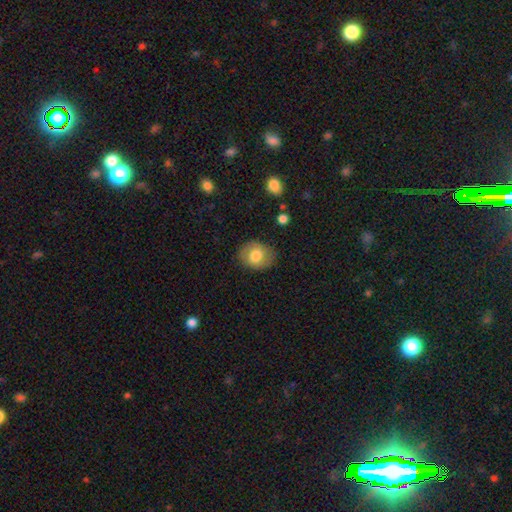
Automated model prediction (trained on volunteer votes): Morphology: type=smooth (73%); roundness=round (56%); merging=none (82%).